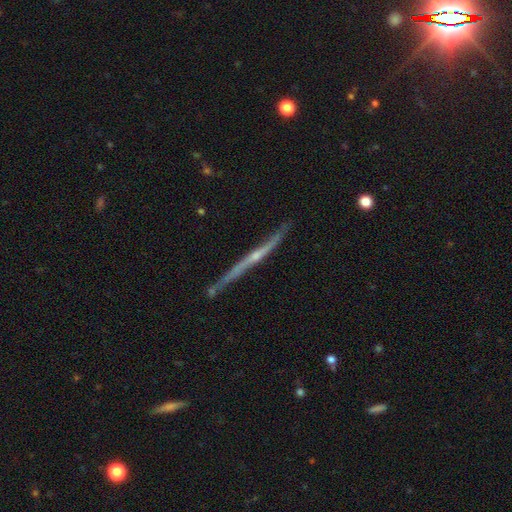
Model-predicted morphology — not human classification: Overall: featured or disk (81%). Edge-on disk: yes (97%). Edge-on bulge: rounded (61%; none 32%). Merging: none (84%).